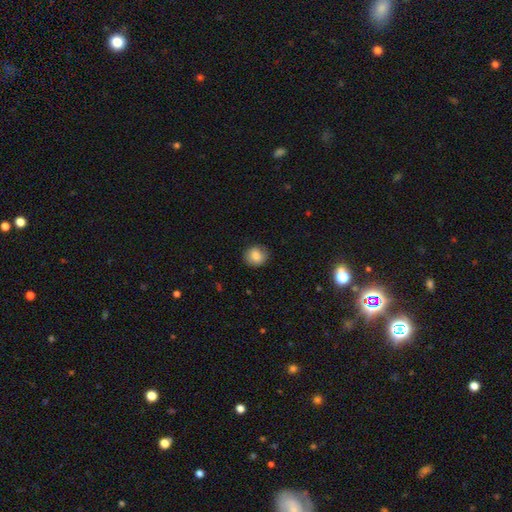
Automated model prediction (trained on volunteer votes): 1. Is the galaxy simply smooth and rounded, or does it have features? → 83% smooth, 9% star or artifact, 9% featured or disk.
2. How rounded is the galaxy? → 77% round, 22% in between, 1% cigar-shaped.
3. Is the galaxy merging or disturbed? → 84% none, 12% minor disturbance, 3% major disturbance, 1% merger.